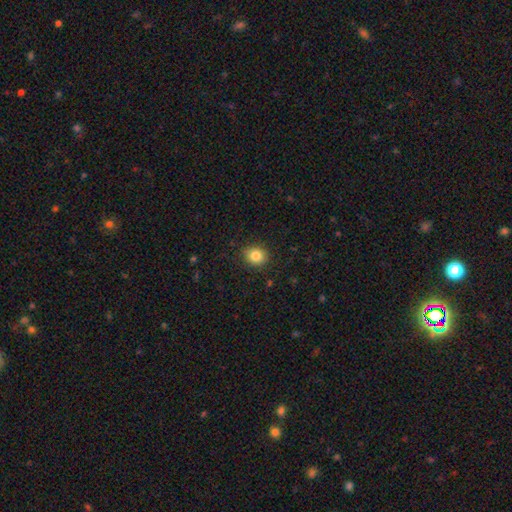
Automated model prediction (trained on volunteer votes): Q: Smooth or featured?
A: smooth (84%); runner-up: star or artifact (10%)
Q: How rounded?
A: round (72%); runner-up: in between (27%)
Q: Merging?
A: none (87%); runner-up: minor disturbance (9%)